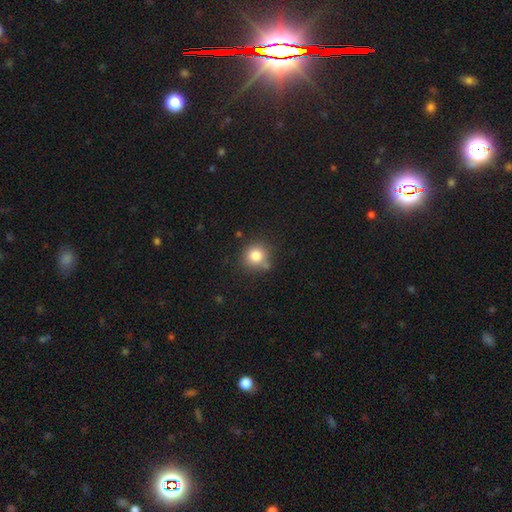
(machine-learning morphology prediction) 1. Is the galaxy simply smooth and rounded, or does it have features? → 81% smooth, 12% star or artifact, 7% featured or disk.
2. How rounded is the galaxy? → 90% round, 9% in between, 1% cigar-shaped.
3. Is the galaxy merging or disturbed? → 74% none, 16% minor disturbance, 7% merger, 4% major disturbance.